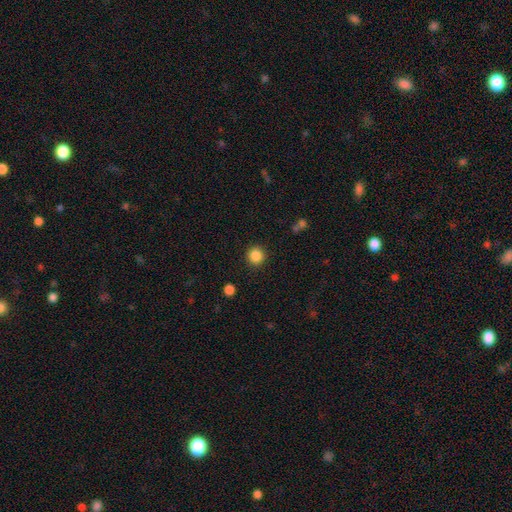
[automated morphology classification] smooth-or-featured: smooth: 86% | star or artifact: 11% | featured or disk: 3%
  how-rounded: round: 92% | in between: 7% | cigar-shaped: 1%
  merging: none: 90% | minor disturbance: 6% | major disturbance: 3% | merger: 1%